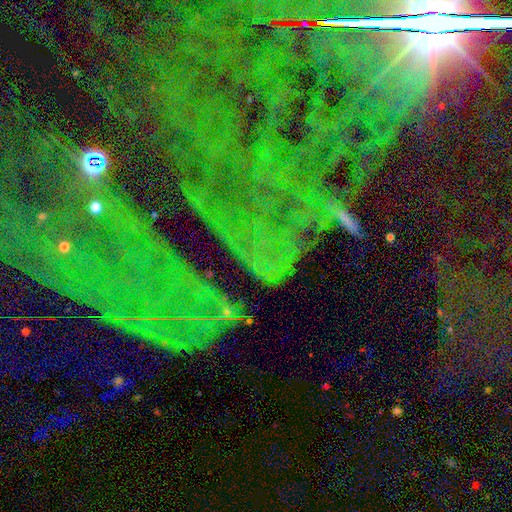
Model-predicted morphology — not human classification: A star or artifact, not a galaxy (80%).